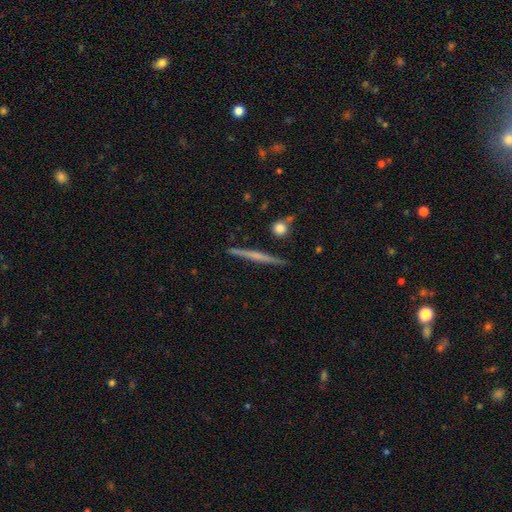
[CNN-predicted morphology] Smooth or featured: featured or disk — 61% (smooth — 32%)
Edge-on disk: yes — 98% (no — 2%)
Edge-on bulge: none — 58% (rounded — 34%)
Merging: none — 90% (minor disturbance — 6%)